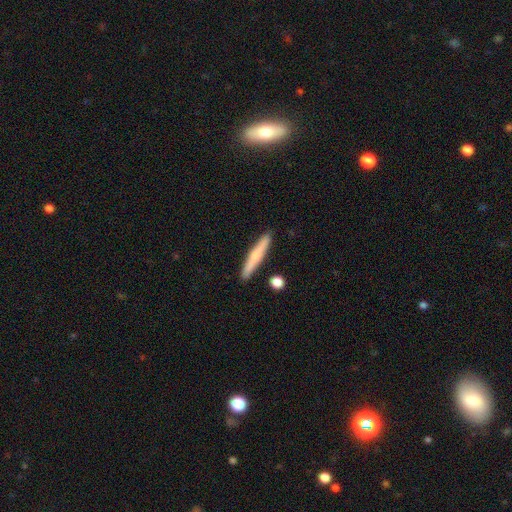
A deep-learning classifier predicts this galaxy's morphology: Smooth or featured?
  - smooth: 64% *
  - featured or disk: 30%
  - star or artifact: 6%
How rounded?
  - cigar-shaped: 94% *
  - in between: 4%
  - round: 1%
Merging?
  - none: 88% *
  - minor disturbance: 7%
  - merger: 3%
  - major disturbance: 2%